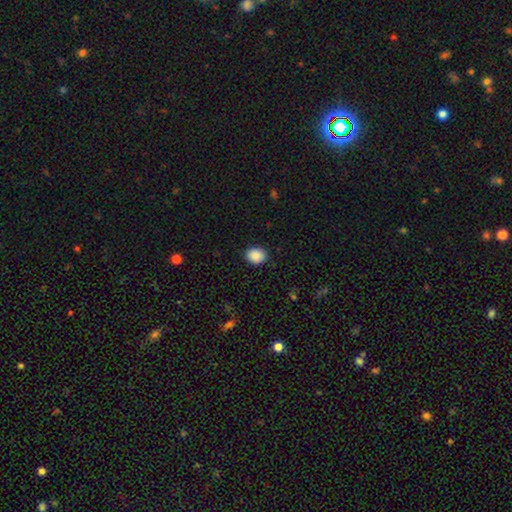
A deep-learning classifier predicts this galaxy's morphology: type=smooth (89%); roundness=round (59%); merging=none (88%).